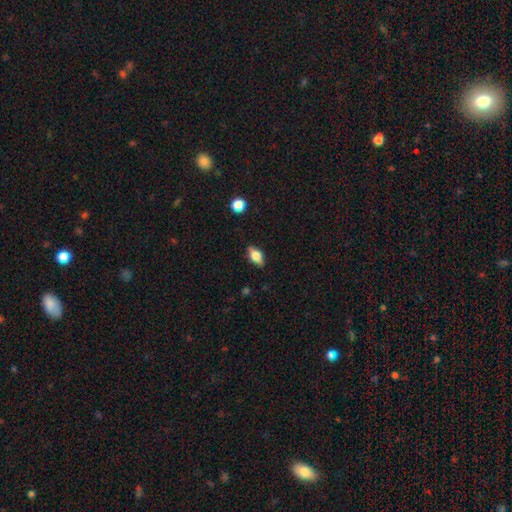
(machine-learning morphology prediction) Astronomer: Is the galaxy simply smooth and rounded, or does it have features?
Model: smooth — 61%.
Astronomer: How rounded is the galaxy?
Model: in between — 81%.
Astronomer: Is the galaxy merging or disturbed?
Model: none — 82%.